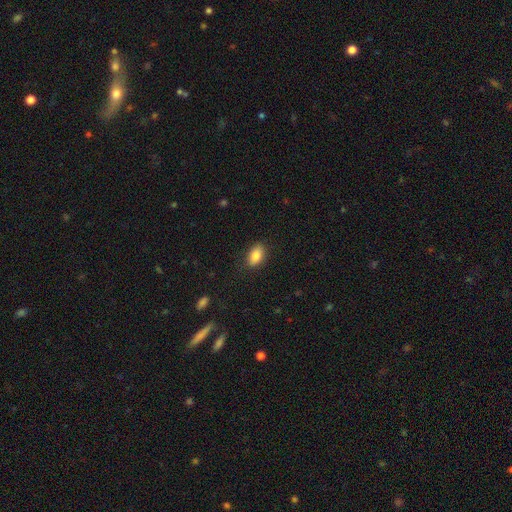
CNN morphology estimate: smooth 85%, star or artifact 8%, featured or disk 7%. Down the decision tree: how rounded — in between (89%); merging — none (84%).